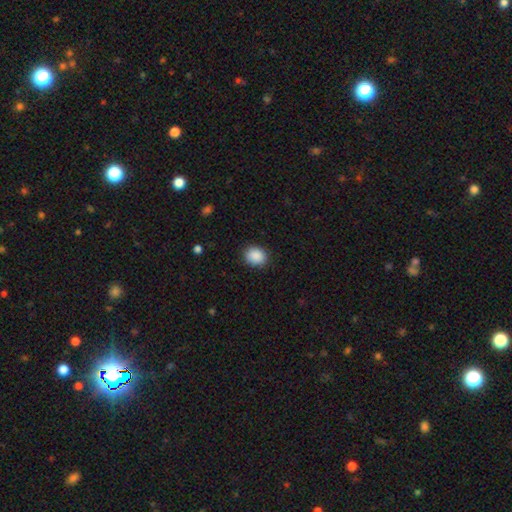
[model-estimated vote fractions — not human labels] smooth 90%, star or artifact 8%, featured or disk 3%. Down the decision tree: how rounded — round (53%); merging — none (88%).